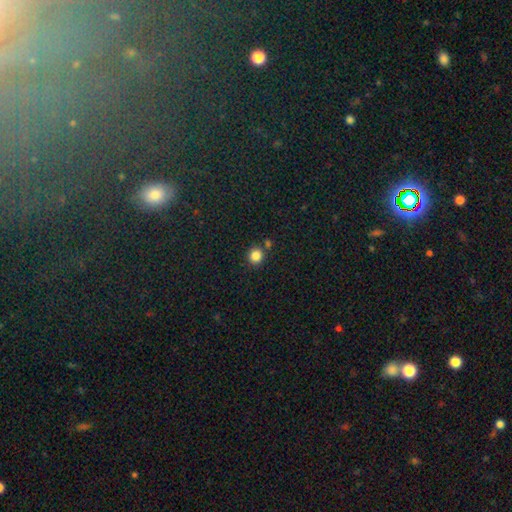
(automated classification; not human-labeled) Smooth or featured?
  - smooth: 84% *
  - star or artifact: 12%
  - featured or disk: 4%
How rounded?
  - round: 91% *
  - in between: 8%
  - cigar-shaped: 1%
Merging?
  - none: 81% *
  - merger: 9%
  - minor disturbance: 7%
  - major disturbance: 2%